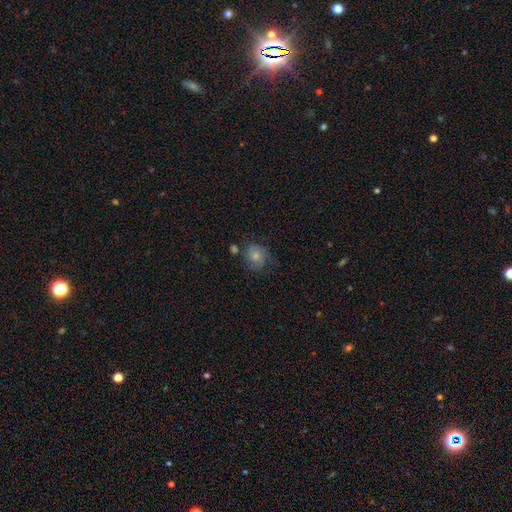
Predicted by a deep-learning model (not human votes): Smooth or featured?
  - smooth: 59% *
  - featured or disk: 31%
  - star or artifact: 9%
How rounded?
  - round: 71% *
  - in between: 28%
  - cigar-shaped: 1%
Merging?
  - none: 58% *
  - minor disturbance: 25%
  - major disturbance: 11%
  - merger: 6%